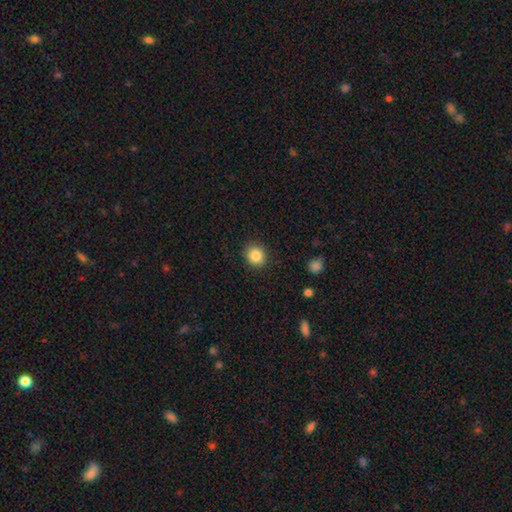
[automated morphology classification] This appears to be a smooth galaxy with no disk features (85%) that is round (85%). Merging: none (89%).